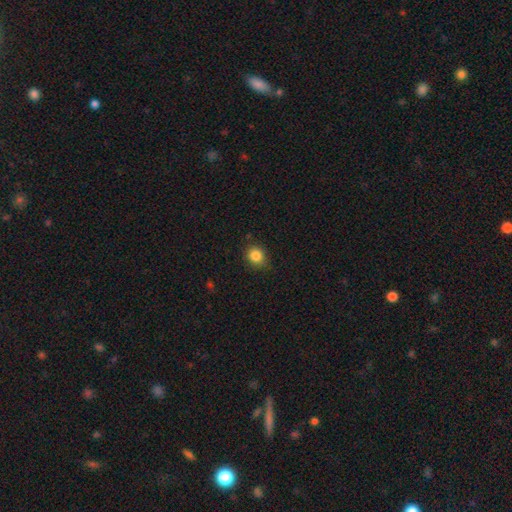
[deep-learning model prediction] Morphology: type=smooth (85%); roundness=round (75%); merging=none (83%).